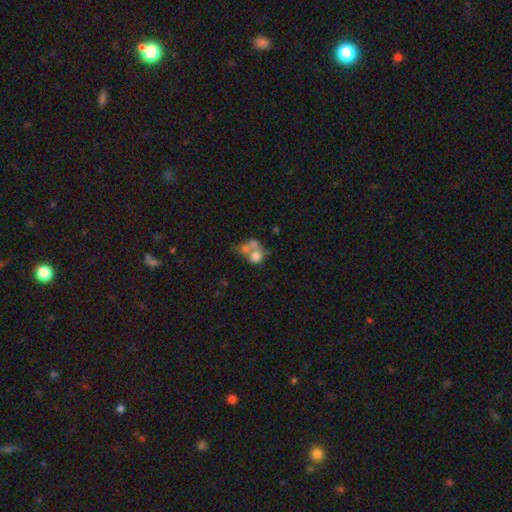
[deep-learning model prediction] smooth_or_featured: smooth (p=0.61) [alt: featured or disk p=0.27]
how_rounded: round (p=0.66) [alt: in between p=0.33]
merging: merger (p=0.65) [alt: none p=0.18]